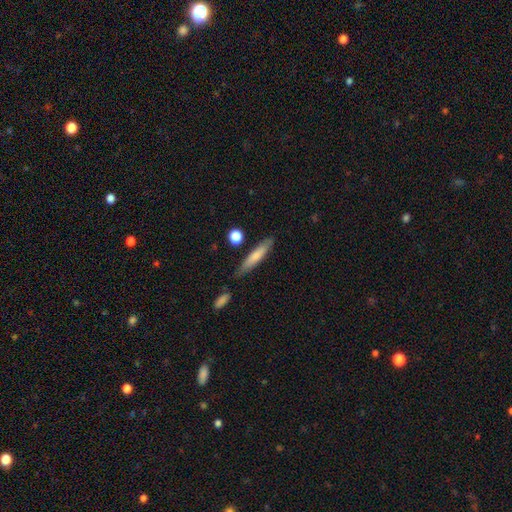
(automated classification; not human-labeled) This is likely a smooth galaxy (68%). How rounded: clearly cigar-shaped (86%). Merging: likely none (75%).